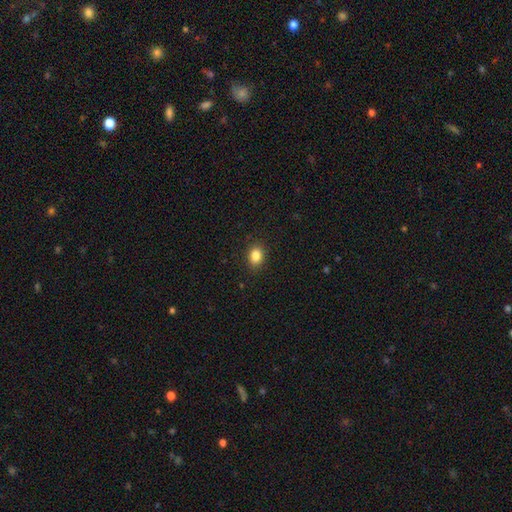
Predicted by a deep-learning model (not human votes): Smooth or featured: smooth — 85% (star or artifact — 10%)
How rounded: in between — 69% (round — 30%)
Merging: none — 88% (minor disturbance — 9%)